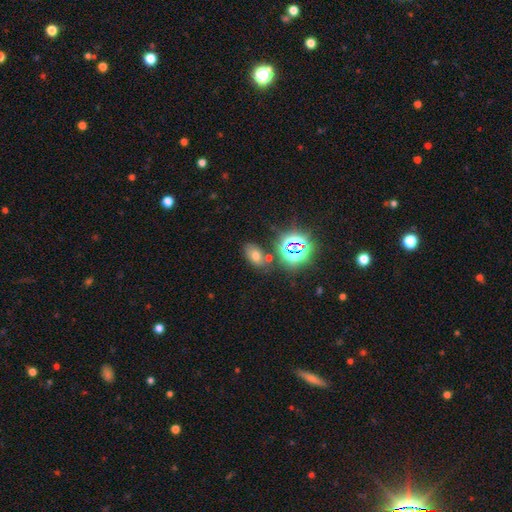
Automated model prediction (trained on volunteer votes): Smooth or featured? smooth (57%)
How rounded? in between (84%)
Merging? none (72%)